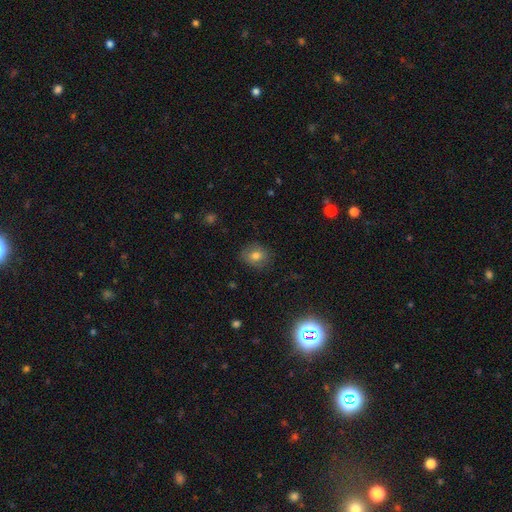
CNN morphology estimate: Smooth or featured?
  - smooth: 75% *
  - featured or disk: 13%
  - star or artifact: 12%
How rounded?
  - round: 58% *
  - in between: 41%
  - cigar-shaped: 1%
Merging?
  - none: 80% *
  - minor disturbance: 15%
  - major disturbance: 4%
  - merger: 1%